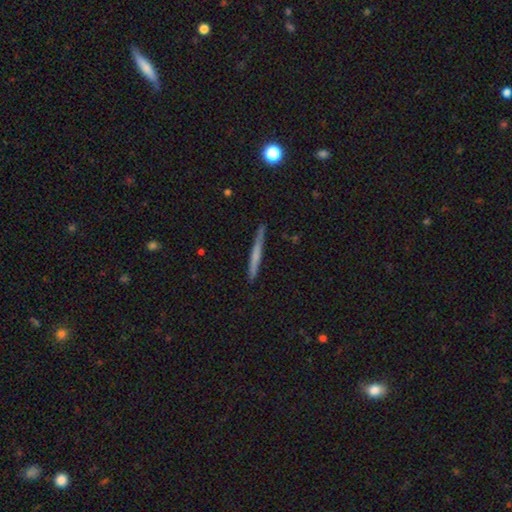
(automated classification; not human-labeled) smooth_or_featured: smooth (p=0.54) [alt: featured or disk p=0.40]
how_rounded: cigar-shaped (p=0.96) [alt: in between p=0.02]
merging: none (p=0.90) [alt: minor disturbance p=0.08]